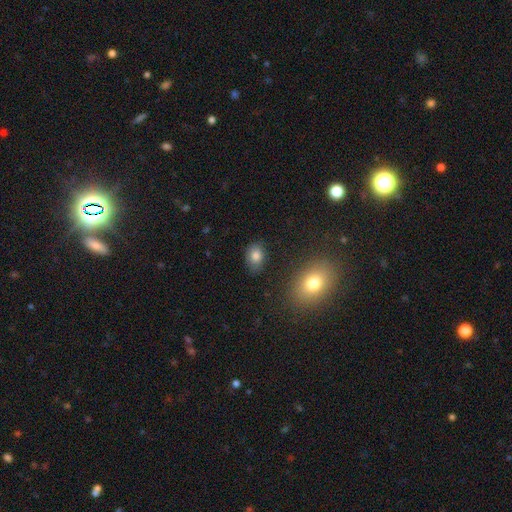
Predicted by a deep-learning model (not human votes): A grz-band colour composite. It shows a smooth galaxy with no disk features (82%) that is in between round and cigar-shaped (66%). Merging: none (76%).